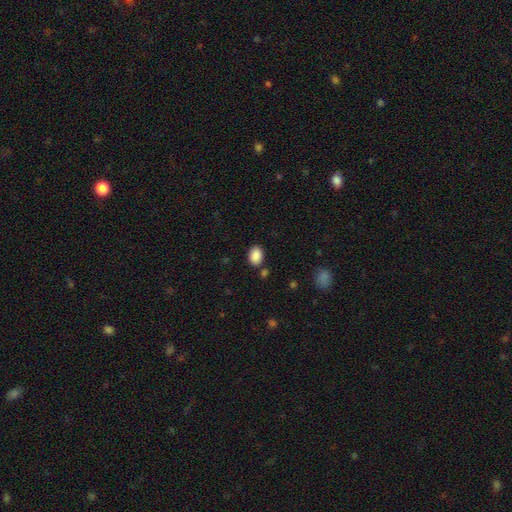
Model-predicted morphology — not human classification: A smooth galaxy with no disk features (88%) that is in between round and cigar-shaped (77%).

Vote fractions:
- Smooth or featured? smooth: 88% / star or artifact: 8% / featured or disk: 4%
- How rounded? in between: 77% / round: 22% / cigar-shaped: 1%
- Merging? none: 82% / minor disturbance: 10% / merger: 5% / major disturbance: 3%